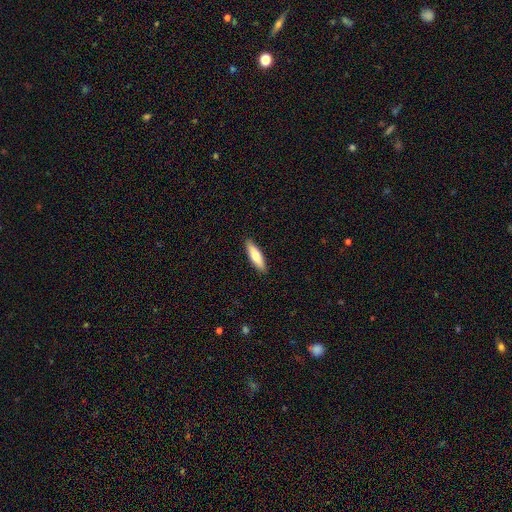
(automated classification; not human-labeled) smooth_or_featured: smooth (p=0.71) [alt: featured or disk p=0.24]
how_rounded: cigar-shaped (p=0.58) [alt: in between p=0.40]
merging: none (p=0.90) [alt: minor disturbance p=0.08]